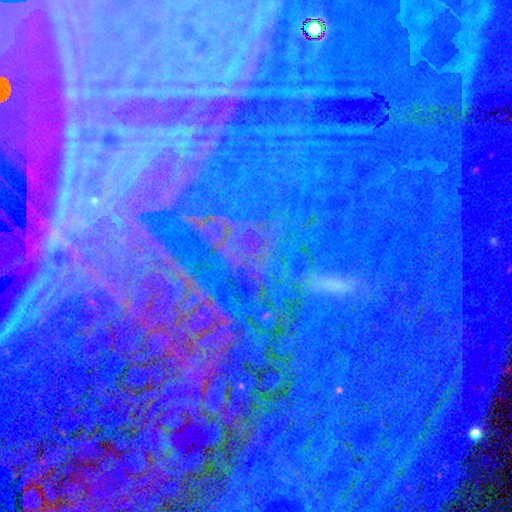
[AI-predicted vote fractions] Smooth or featured?
  - star or artifact: 81% *
  - featured or disk: 10%
  - smooth: 10%